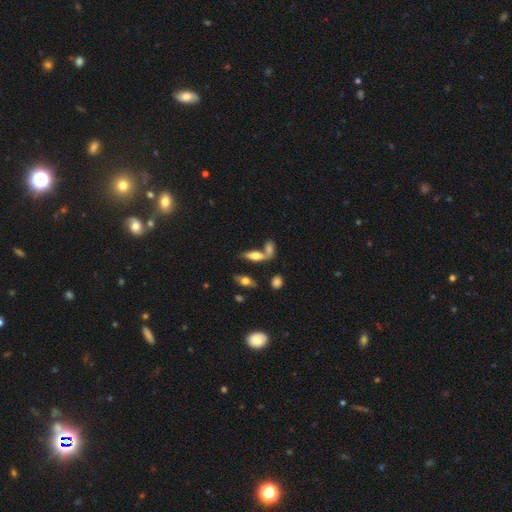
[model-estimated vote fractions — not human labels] A smooth galaxy with no disk features (62%) that is in between round and cigar-shaped (68%). Merging: none (44%).